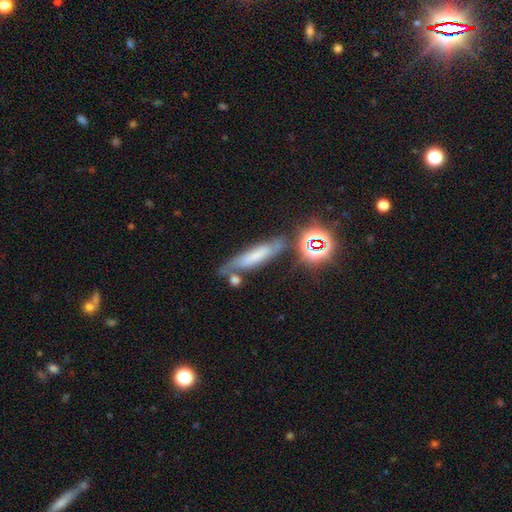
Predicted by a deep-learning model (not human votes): The model was most divided on "smooth or featured": smooth: 52%, featured or disk: 27%, star or artifact: 21%. More confident: how rounded — cigar-shaped (72%); merging — none (57%).